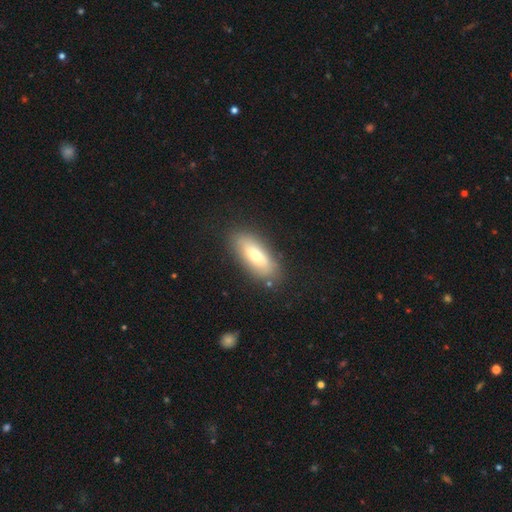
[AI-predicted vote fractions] This appears to be a smooth galaxy with no disk features (65%) that is in between round and cigar-shaped (73%). Merging: none (83%).